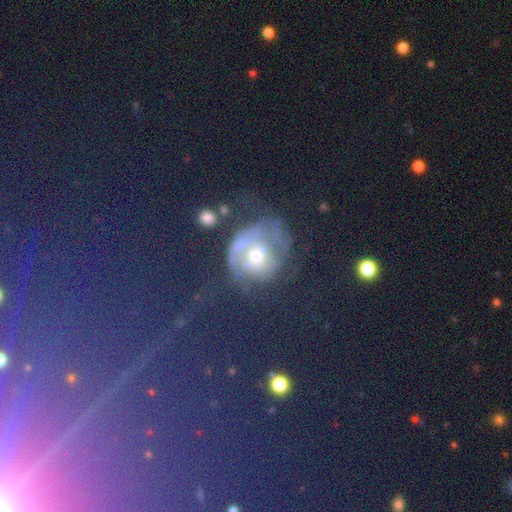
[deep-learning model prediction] star or artifact 43%, smooth 30%, featured or disk 28%.